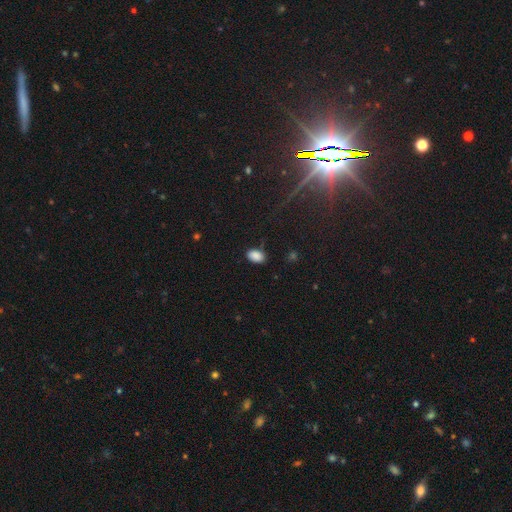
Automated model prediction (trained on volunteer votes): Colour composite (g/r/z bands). It shows a smooth galaxy with no disk features (87%) that is in between round and cigar-shaped (89%). Merging: none (81%).